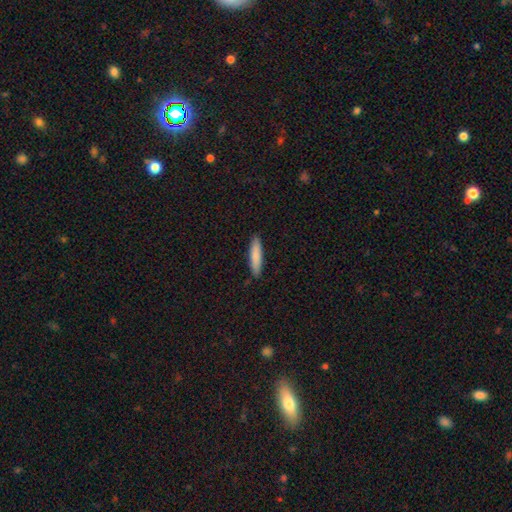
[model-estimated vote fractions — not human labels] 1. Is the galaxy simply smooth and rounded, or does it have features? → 85% smooth, 9% featured or disk, 6% star or artifact.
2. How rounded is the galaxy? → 78% cigar-shaped, 21% in between, 1% round.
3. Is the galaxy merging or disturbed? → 89% none, 8% minor disturbance, 2% major disturbance, 1% merger.